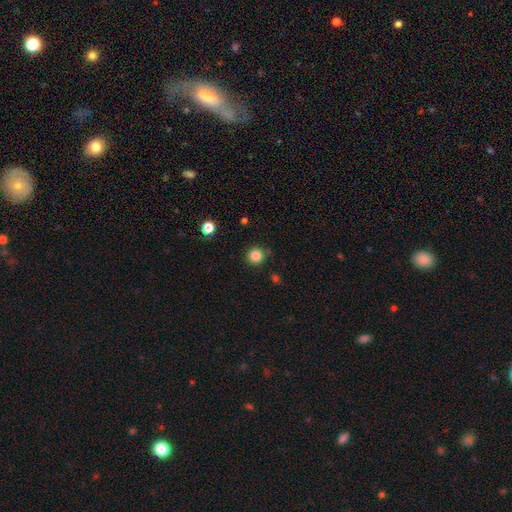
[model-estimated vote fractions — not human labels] Overall: smooth (85%). How rounded: round (94%). Merging: none (87%).